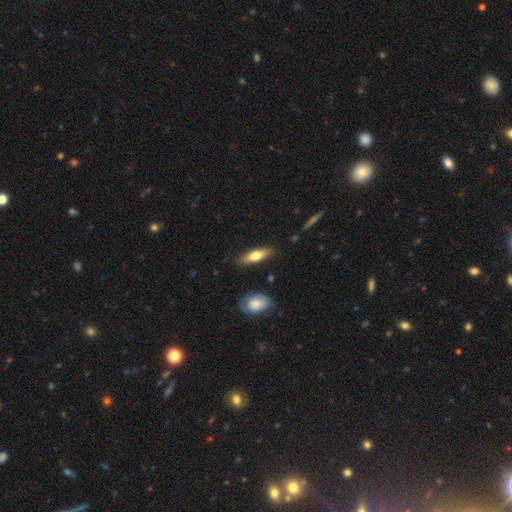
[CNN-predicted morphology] This is likely a smooth galaxy (65%). How rounded: possibly in between (50%). Merging: clearly none (83%).